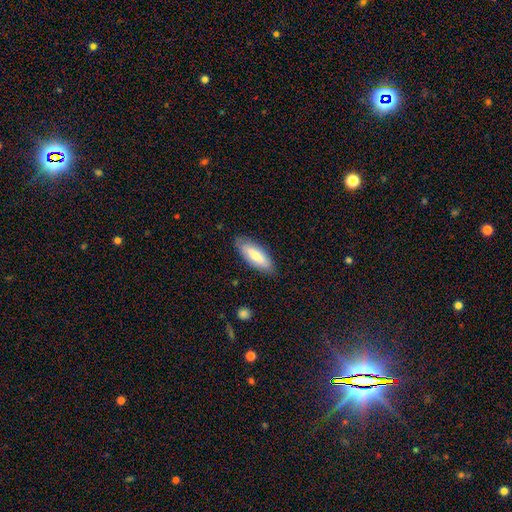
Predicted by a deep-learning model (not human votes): Smooth or featured? Predicted: smooth (p=0.68). How rounded? Predicted: in between (p=0.66). Merging? Predicted: none (p=0.84).